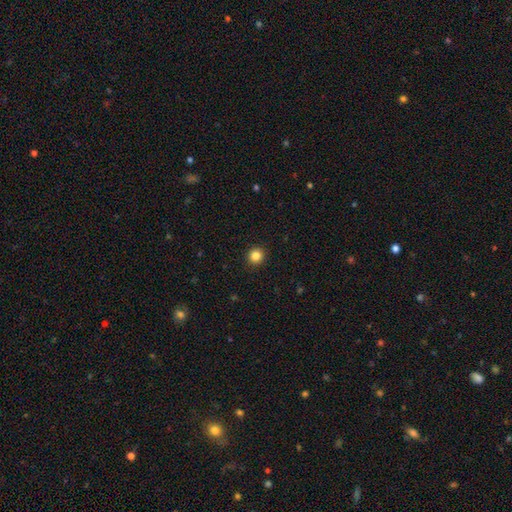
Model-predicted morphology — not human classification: This is clearly a smooth galaxy (84%). How rounded: clearly round (94%). Merging: clearly none (93%).